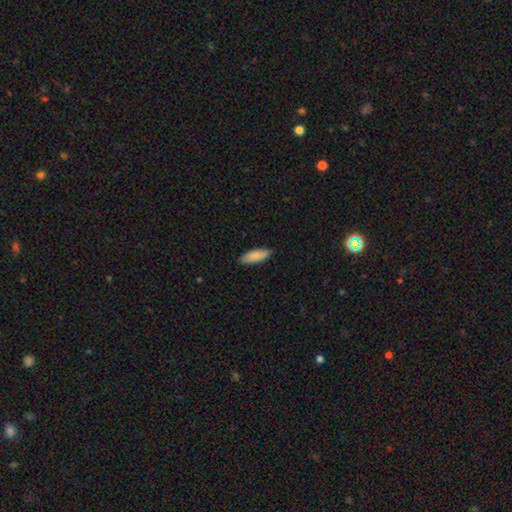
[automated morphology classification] A smooth galaxy with no disk features (89%) that is in between round and cigar-shaped (66%).

Vote fractions:
- Smooth or featured? smooth: 89% / featured or disk: 6% / star or artifact: 5%
- How rounded? in between: 66% / cigar-shaped: 32% / round: 2%
- Merging? none: 86% / minor disturbance: 11% / major disturbance: 2% / merger: 1%